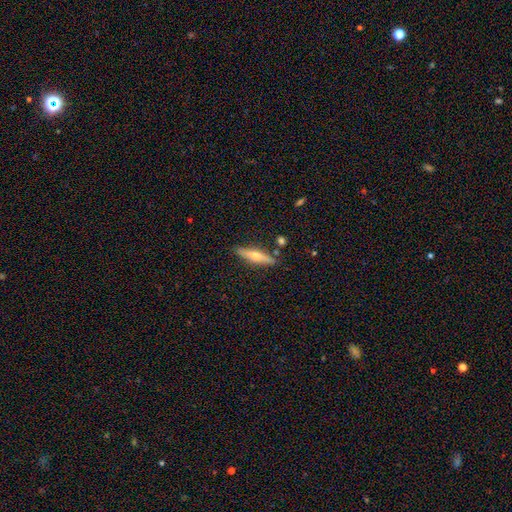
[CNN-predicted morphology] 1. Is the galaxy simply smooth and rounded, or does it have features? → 49% featured or disk, 44% smooth, 7% star or artifact.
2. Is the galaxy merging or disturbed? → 85% none, 9% minor disturbance, 3% merger, 2% major disturbance.